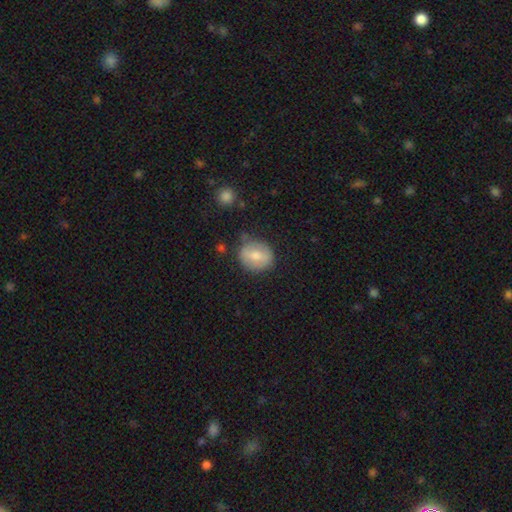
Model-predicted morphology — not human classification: A smooth galaxy with no disk features (69%) that is round (72%).

Vote fractions:
- Smooth or featured? smooth: 69% / featured or disk: 24% / star or artifact: 7%
- How rounded? round: 72% / in between: 27% / cigar-shaped: 1%
- Merging? none: 74% / minor disturbance: 18% / major disturbance: 5% / merger: 3%